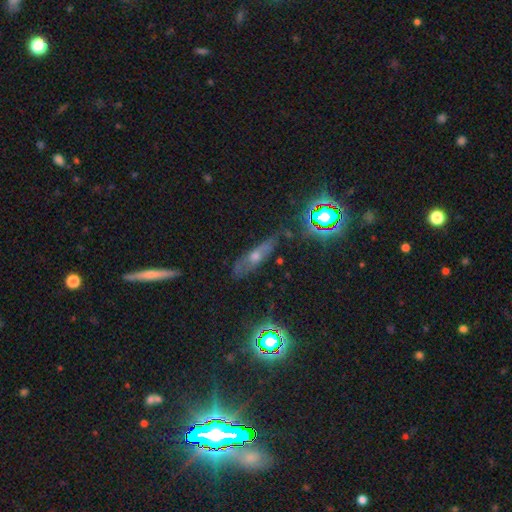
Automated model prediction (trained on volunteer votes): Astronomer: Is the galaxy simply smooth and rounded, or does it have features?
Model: featured or disk — 44% (runner-up: smooth, 33%).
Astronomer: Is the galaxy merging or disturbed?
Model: none — 71%.